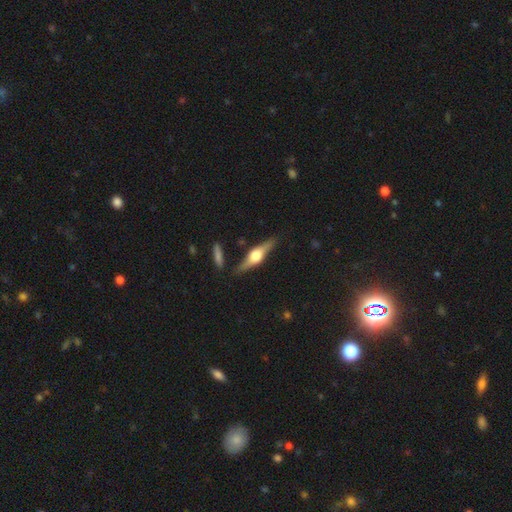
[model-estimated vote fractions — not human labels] This is likely a featured or disk galaxy (77%). It is clearly viewed edge-on (96%). Edge-on bulge: clearly rounded (94%). Merging: clearly none (84%).